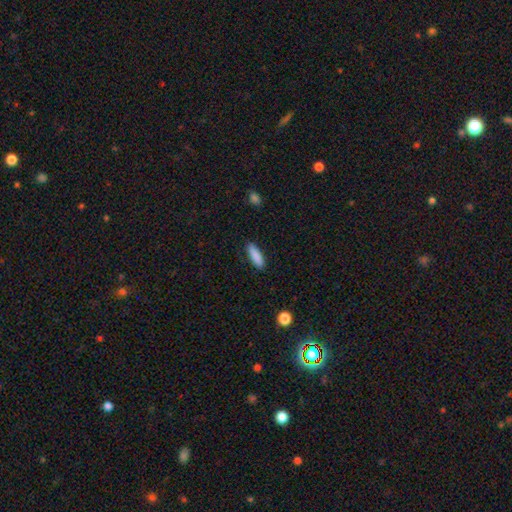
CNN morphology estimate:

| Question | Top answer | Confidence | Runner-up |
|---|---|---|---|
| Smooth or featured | smooth | 88% | star or artifact (7%) |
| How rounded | cigar-shaped | 52% | in between (46%) |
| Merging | none | 87% | minor disturbance (10%) |